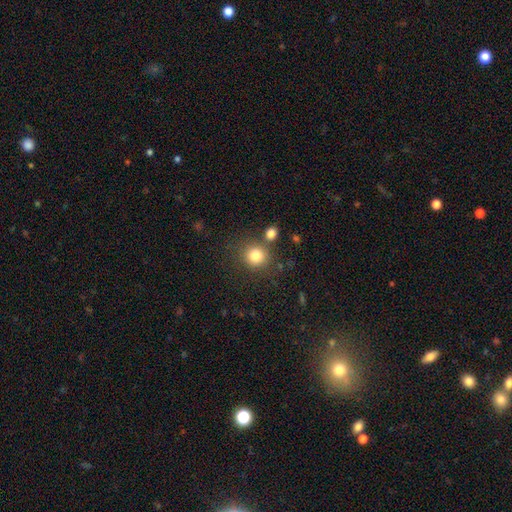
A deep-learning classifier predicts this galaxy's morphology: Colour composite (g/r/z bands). It shows a smooth galaxy with no disk features (82%) that is round (89%). Merging: none (77%).